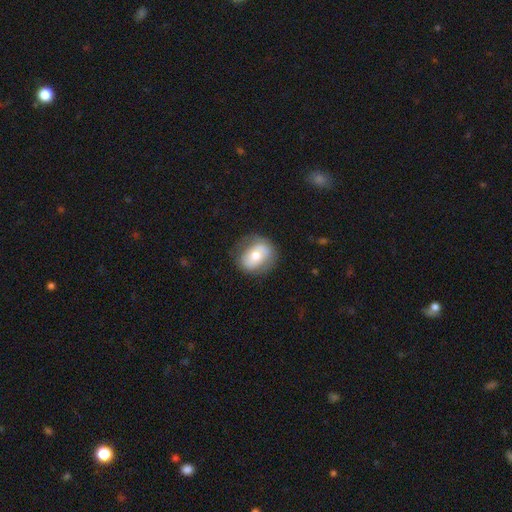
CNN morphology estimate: A smooth galaxy with no disk features (59%) that is in between round and cigar-shaped (57%). Merging: none (71%).